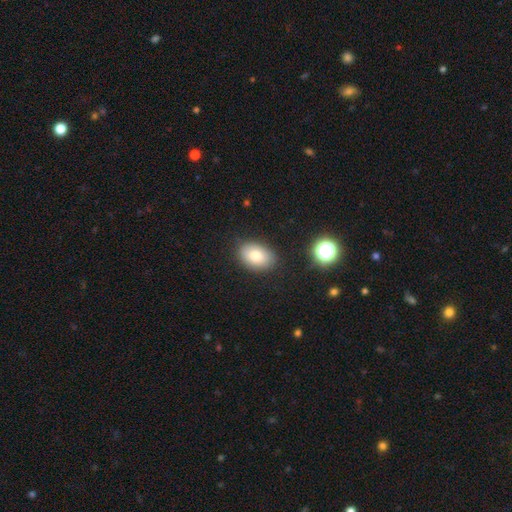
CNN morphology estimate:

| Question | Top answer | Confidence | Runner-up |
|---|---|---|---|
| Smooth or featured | smooth | 80% | featured or disk (10%) |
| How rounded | in between | 83% | round (16%) |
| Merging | none | 85% | minor disturbance (10%) |